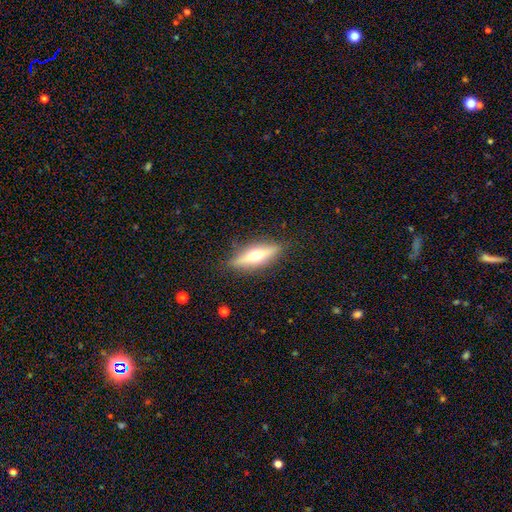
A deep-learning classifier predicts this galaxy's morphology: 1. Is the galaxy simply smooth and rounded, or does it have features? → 59% featured or disk, 35% smooth, 6% star or artifact.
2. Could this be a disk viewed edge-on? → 92% yes, 8% no.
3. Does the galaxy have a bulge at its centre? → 93% rounded, 3% none, 3% boxy.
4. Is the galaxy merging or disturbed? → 86% none, 10% minor disturbance, 3% major disturbance, 1% merger.